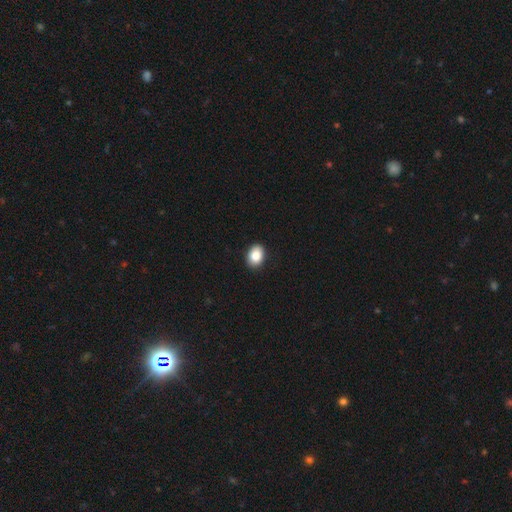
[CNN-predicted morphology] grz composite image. It shows a smooth galaxy with no disk features (87%) that is in between round and cigar-shaped (74%). Merging: none (89%).